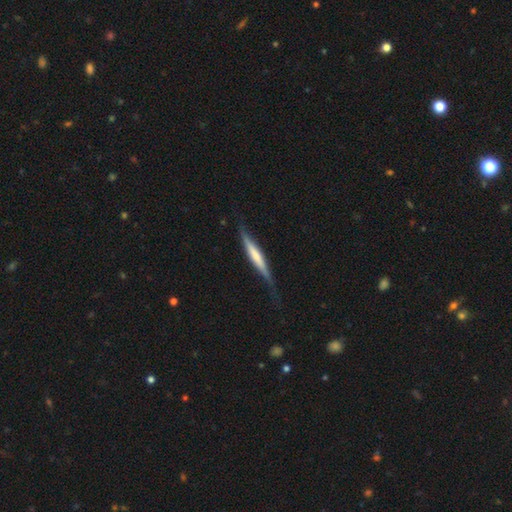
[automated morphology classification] Overall: featured or disk (52%; smooth 43%). Edge-on disk: yes (94%). Merging: none (71%).